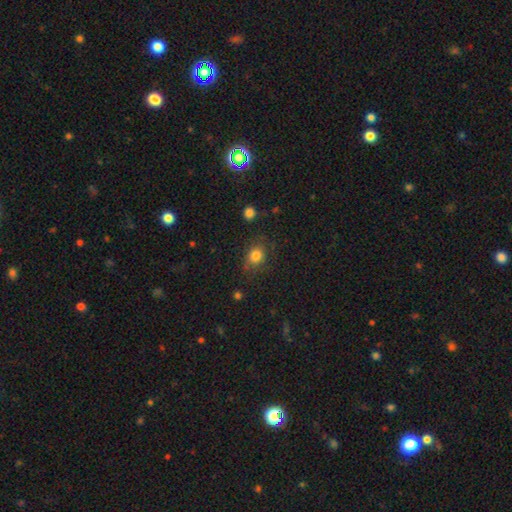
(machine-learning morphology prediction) Q: Smooth or featured?
A: smooth (82%); runner-up: star or artifact (11%)
Q: How rounded?
A: round (60%); runner-up: in between (38%)
Q: Merging?
A: none (75%); runner-up: minor disturbance (17%)